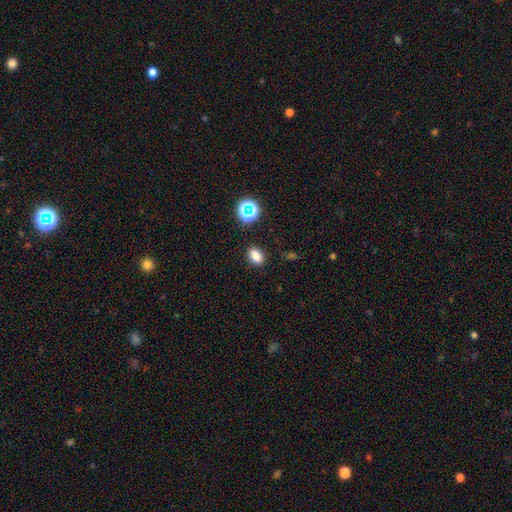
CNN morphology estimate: smooth_or_featured: smooth (p=0.81) [alt: star or artifact p=0.14]
how_rounded: in between (p=0.80) [alt: round p=0.18]
merging: none (p=0.87) [alt: minor disturbance p=0.08]